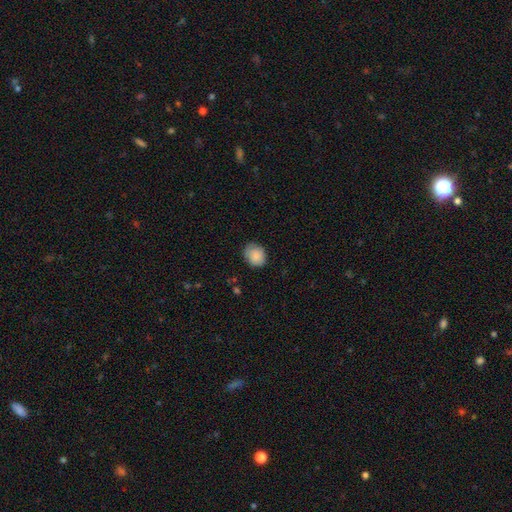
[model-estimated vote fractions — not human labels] smooth 87%, star or artifact 7%, featured or disk 6%. Down the decision tree: how rounded — round (61%); merging — none (75%).